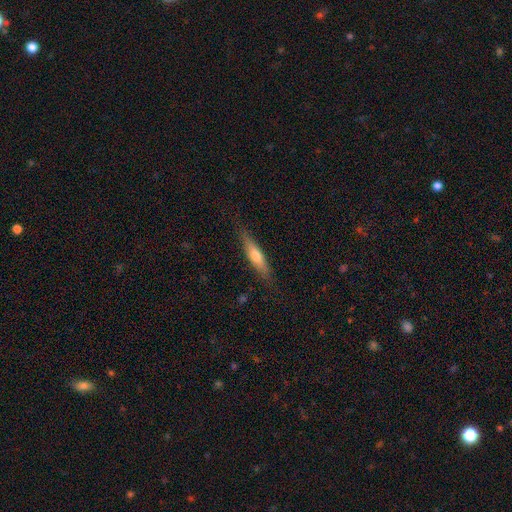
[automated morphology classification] Smooth or featured?
  - smooth: 54% *
  - featured or disk: 40%
  - star or artifact: 6%
How rounded?
  - cigar-shaped: 79% *
  - in between: 19%
  - round: 2%
Merging?
  - none: 83% *
  - minor disturbance: 13%
  - major disturbance: 3%
  - merger: 1%